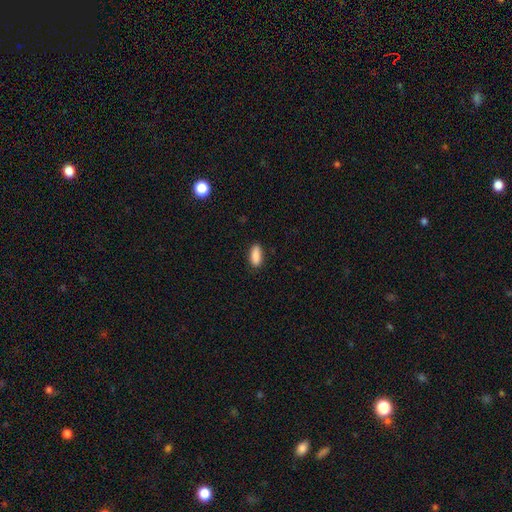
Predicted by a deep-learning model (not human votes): Q: Smooth or featured?
A: smooth (88%); runner-up: star or artifact (7%)
Q: How rounded?
A: in between (76%); runner-up: cigar-shaped (21%)
Q: Merging?
A: none (85%); runner-up: minor disturbance (12%)